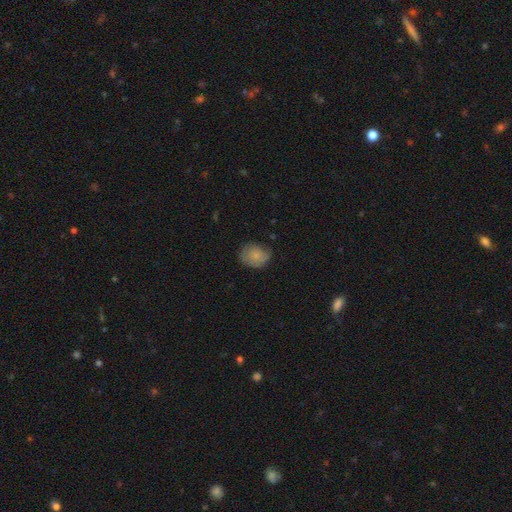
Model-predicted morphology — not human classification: The model was most divided on "how rounded": round: 55%, in between: 44%, cigar-shaped: 1%. More confident: smooth or featured — smooth (76%); merging — none (63%).